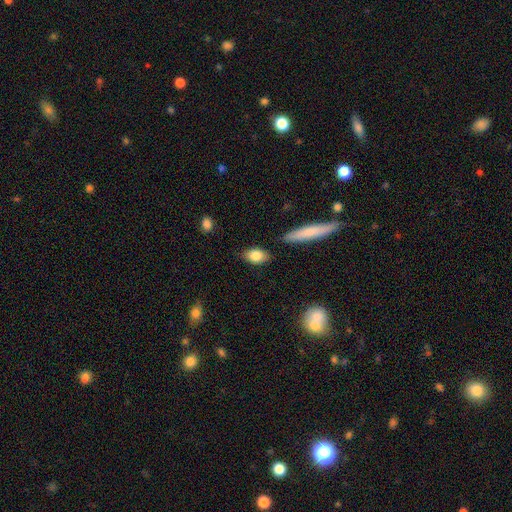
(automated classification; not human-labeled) Smooth or featured? smooth (81%)
How rounded? in between (84%)
Merging? none (82%)